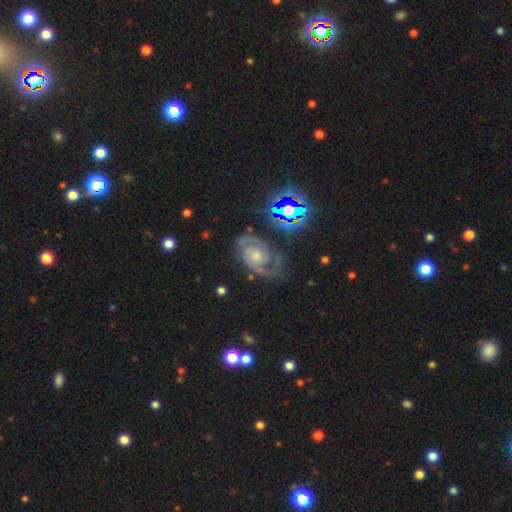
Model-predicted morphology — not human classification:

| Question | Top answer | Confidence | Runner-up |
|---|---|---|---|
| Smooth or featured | featured or disk | 83% | star or artifact (11%) |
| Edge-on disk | no | 97% | yes (3%) |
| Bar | no | 66% | weak (28%) |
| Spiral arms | yes | 97% | no (3%) |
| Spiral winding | tight | 47% | medium (43%) |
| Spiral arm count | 2 | 84% | can't tell (7%) |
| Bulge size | moderate | 45% | small (41%) |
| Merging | none | 72% | minor disturbance (17%) |